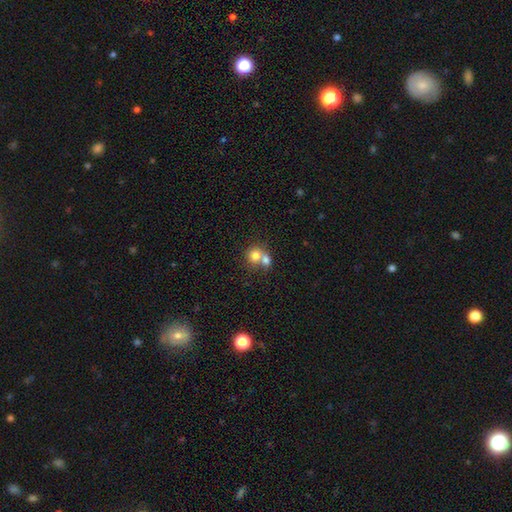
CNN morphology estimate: smooth_or_featured: smooth (p=0.75) [alt: featured or disk p=0.15]
how_rounded: round (p=0.78) [alt: in between p=0.21]
merging: merger (p=0.62) [alt: none p=0.30]